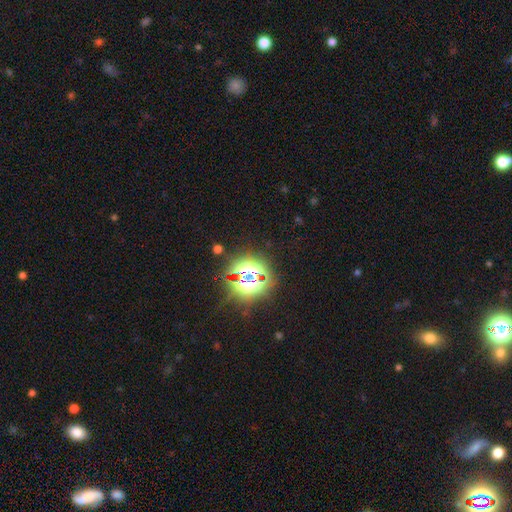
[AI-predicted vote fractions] smooth_or_featured: star or artifact (p=0.81) [alt: smooth p=0.11]